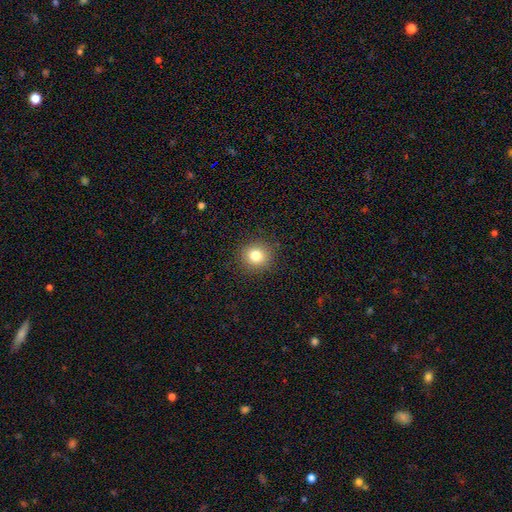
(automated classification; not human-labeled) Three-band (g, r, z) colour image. It shows a smooth galaxy with no disk features (81%) that is round (91%). Merging: none (91%).